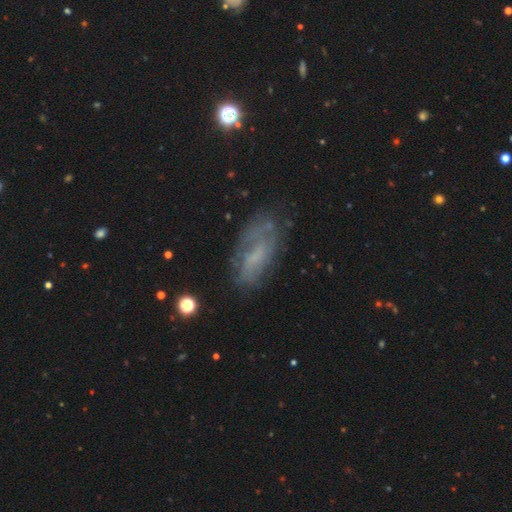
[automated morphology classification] Smooth or featured? Predicted: featured or disk (p=0.49). Merging? Predicted: none (p=0.61).